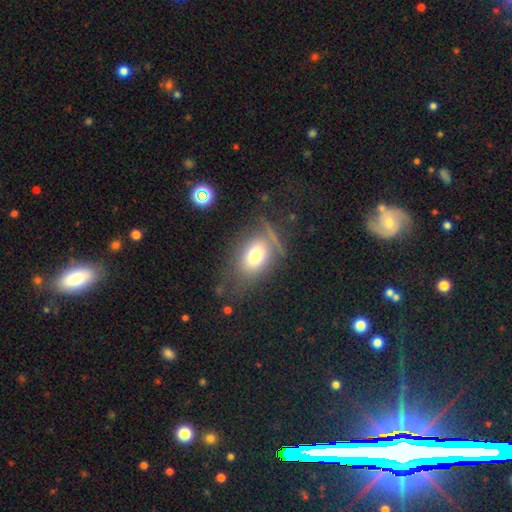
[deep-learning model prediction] Smooth or featured? Predicted: smooth (p=0.67). How rounded? Predicted: in between (p=0.71). Merging? Predicted: none (p=0.61).